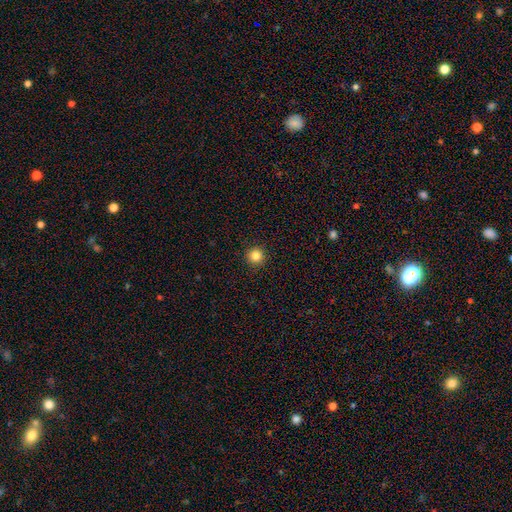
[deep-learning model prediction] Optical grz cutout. It shows a smooth galaxy with no disk features (84%) that is round (96%). Merging: none (93%).